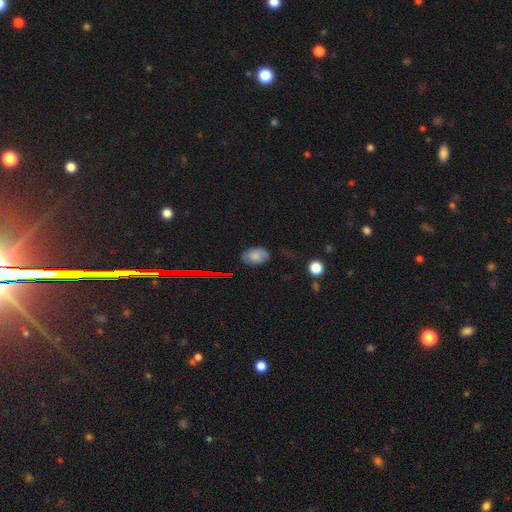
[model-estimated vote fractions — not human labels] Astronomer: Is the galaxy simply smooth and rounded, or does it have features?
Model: smooth — 67%.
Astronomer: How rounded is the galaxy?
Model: in between — 85%.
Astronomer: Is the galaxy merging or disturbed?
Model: none — 69%.